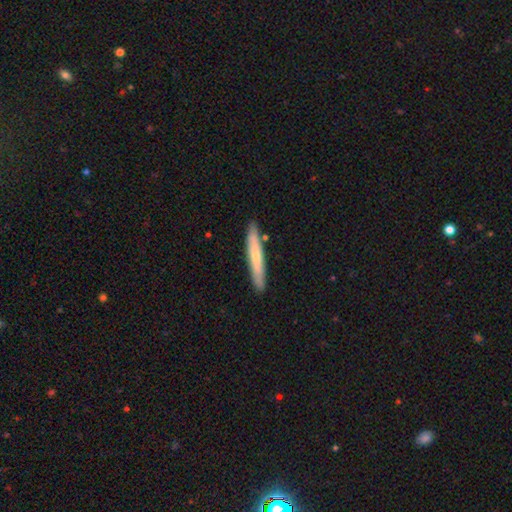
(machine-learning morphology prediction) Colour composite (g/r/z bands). It shows a smooth galaxy with no disk features (62%) that is cigar-shaped (95%). Merging: none (88%).